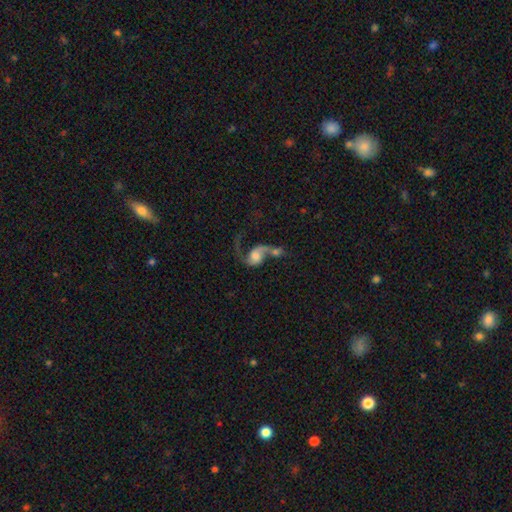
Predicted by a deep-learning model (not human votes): smooth_or_featured: featured or disk (p=0.70) [alt: smooth p=0.21]
disk_edge_on: no (p=0.97) [alt: yes p=0.03]
bar: no (p=0.66) [alt: weak p=0.27]
has_spiral_arms: yes (p=0.86) [alt: no p=0.14]
spiral_winding: loose (p=0.80) [alt: medium p=0.16]
spiral_arm_count: 2 (p=0.66) [alt: 1 p=0.28]
bulge_size: moderate (p=0.32) [alt: large p=0.31]
merging: merger (p=0.57) [alt: major disturbance p=0.19]